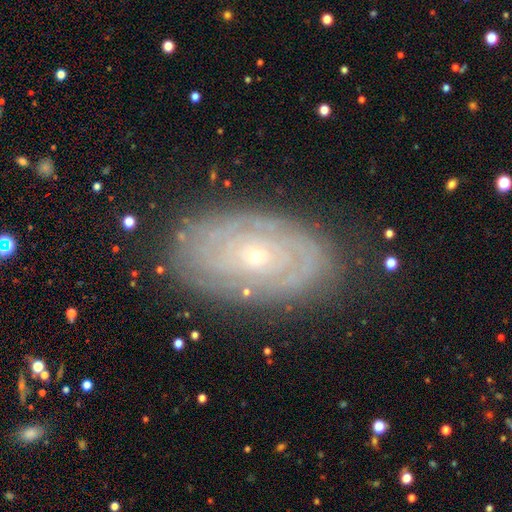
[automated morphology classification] Overall: featured or disk (78%). Edge-on disk: no (94%). Bar: no (83%). Spiral arms: yes (84%). Spiral arm count: can't tell (50%; 2 20%). Spiral winding: tight (81%). Bulge size: small (80%). Merging: none (81%).